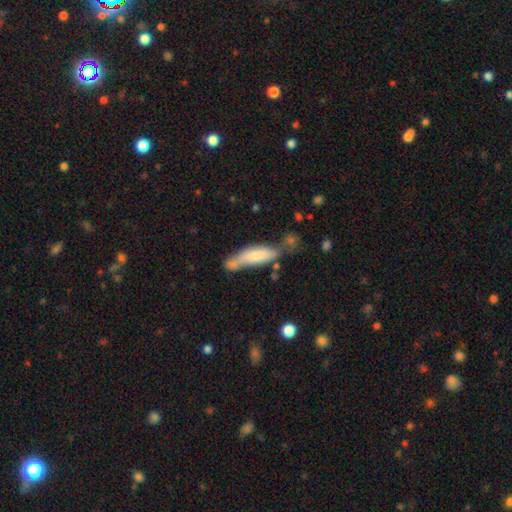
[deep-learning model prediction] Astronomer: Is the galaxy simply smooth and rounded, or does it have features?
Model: smooth — 69%.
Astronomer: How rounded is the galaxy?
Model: cigar-shaped — 62%.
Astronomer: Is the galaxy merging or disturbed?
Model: none — 36% (runner-up: minor disturbance, 26%).